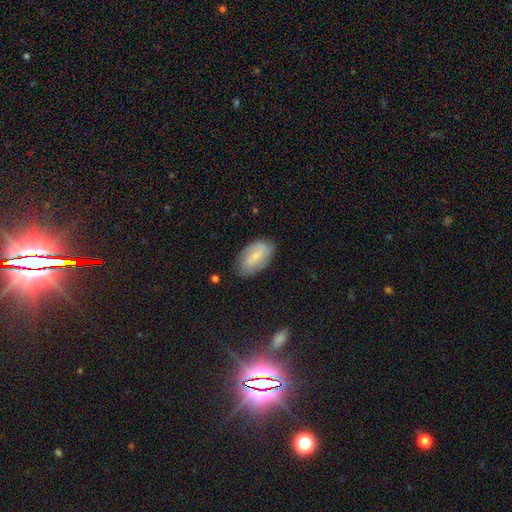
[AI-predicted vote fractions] A smooth galaxy with no disk features (57%) that is in between round and cigar-shaped (93%).

Vote fractions:
- Smooth or featured? smooth: 57% / featured or disk: 36% / star or artifact: 7%
- How rounded? in between: 93% / round: 5% / cigar-shaped: 2%
- Merging? none: 75% / minor disturbance: 19% / major disturbance: 4% / merger: 2%